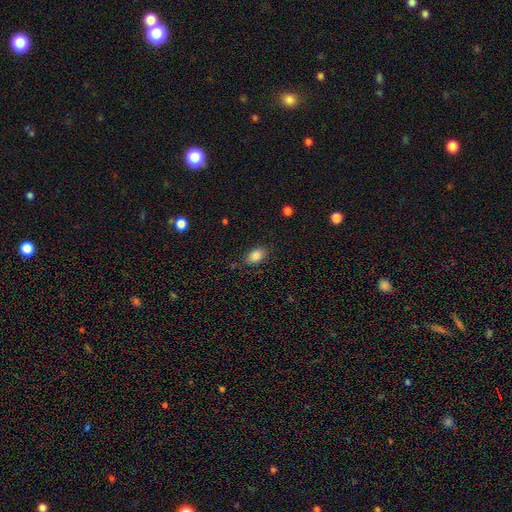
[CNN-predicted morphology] This appears to be a smooth galaxy with no disk features (86%) that is in between round and cigar-shaped (86%). Merging: none (81%).